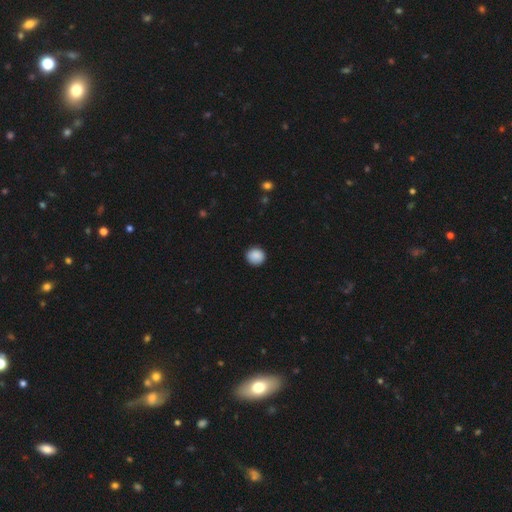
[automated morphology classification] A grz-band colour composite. It shows a smooth galaxy with no disk features (89%) that is round (87%). Merging: none (90%).